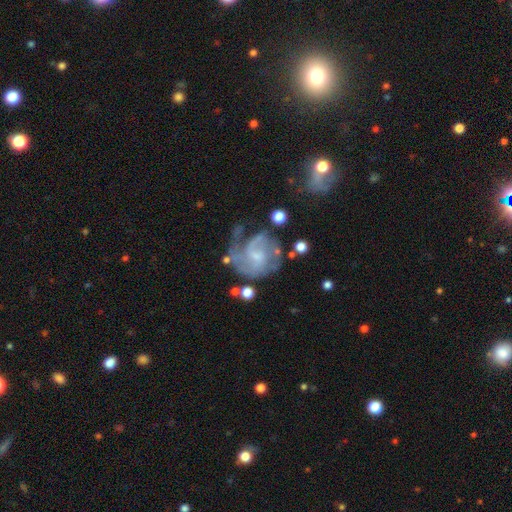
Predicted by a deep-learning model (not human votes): Q: Smooth or featured?
A: featured or disk (77%); runner-up: smooth (16%)
Q: Edge-on disk?
A: no (98%); runner-up: yes (2%)
Q: Bar?
A: no (50%); runner-up: weak (43%)
Q: Spiral arms?
A: yes (88%); runner-up: no (12%)
Q: Spiral winding?
A: medium (43%); runner-up: tight (34%)
Q: Spiral arm count?
A: 2 (39%); runner-up: can't tell (25%)
Q: Bulge size?
A: small (60%); runner-up: moderate (20%)
Q: Merging?
A: none (47%); runner-up: major disturbance (25%)